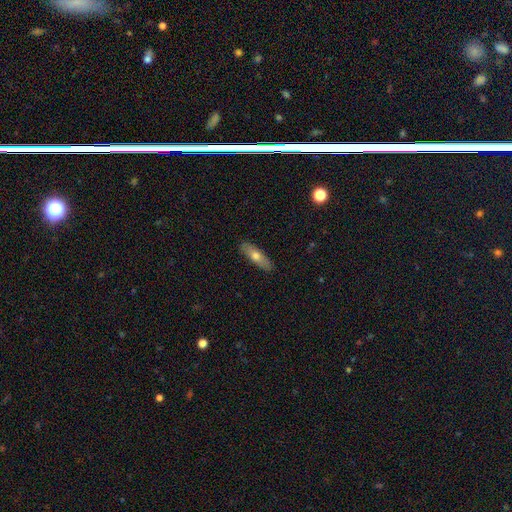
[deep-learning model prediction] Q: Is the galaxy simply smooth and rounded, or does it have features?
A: smooth — 64%.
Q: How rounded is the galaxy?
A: cigar-shaped — 50%.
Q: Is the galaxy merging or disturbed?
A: none — 89%.